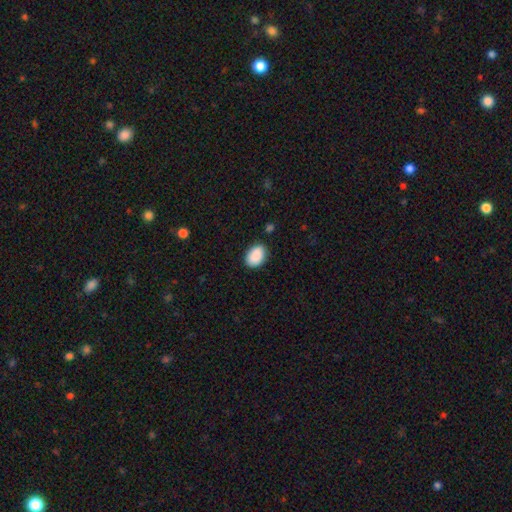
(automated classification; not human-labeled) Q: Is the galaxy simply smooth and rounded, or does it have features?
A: smooth — 90%.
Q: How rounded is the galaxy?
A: in between — 85%.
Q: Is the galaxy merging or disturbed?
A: none — 83%.